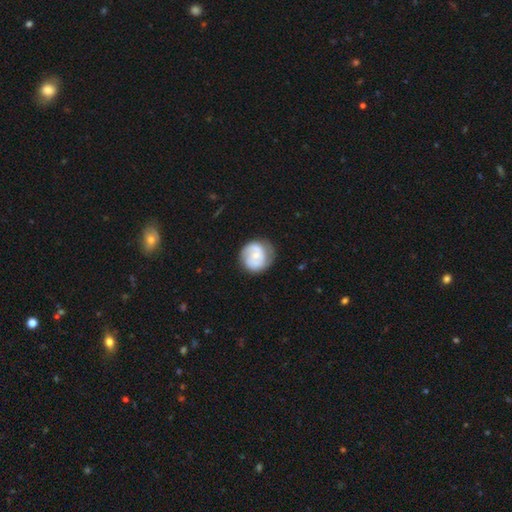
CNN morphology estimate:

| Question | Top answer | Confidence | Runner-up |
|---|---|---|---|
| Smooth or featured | featured or disk | 61% | smooth (34%) |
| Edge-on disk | no | 98% | yes (2%) |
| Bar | no | 64% | weak (30%) |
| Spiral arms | yes | 83% | no (17%) |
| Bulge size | small | 56% | moderate (32%) |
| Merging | none | 68% | minor disturbance (21%) |